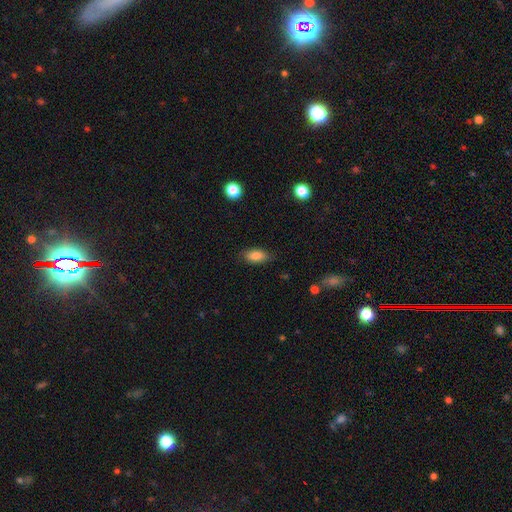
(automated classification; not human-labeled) smooth 86%, star or artifact 8%, featured or disk 6%. Down the decision tree: how rounded — in between (88%); merging — none (82%).